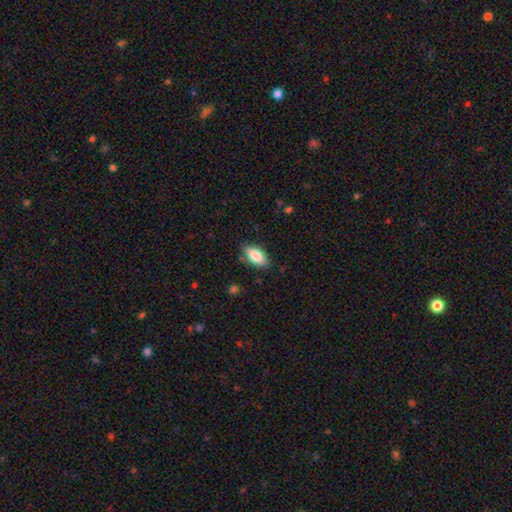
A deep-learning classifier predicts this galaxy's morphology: Overall: smooth (84%). How rounded: in between (91%). Merging: none (83%).